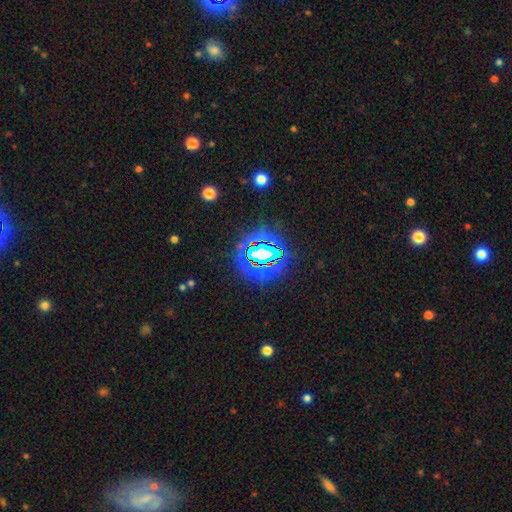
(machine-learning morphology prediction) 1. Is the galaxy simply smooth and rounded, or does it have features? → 83% star or artifact, 10% smooth, 7% featured or disk.